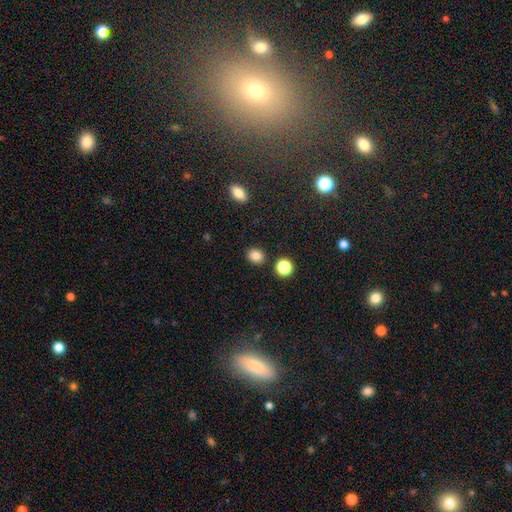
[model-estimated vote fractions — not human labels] Smooth or featured?
  - smooth: 84% *
  - star or artifact: 12%
  - featured or disk: 5%
How rounded?
  - round: 73% *
  - in between: 26%
  - cigar-shaped: 1%
Merging?
  - none: 87% *
  - minor disturbance: 7%
  - merger: 4%
  - major disturbance: 2%